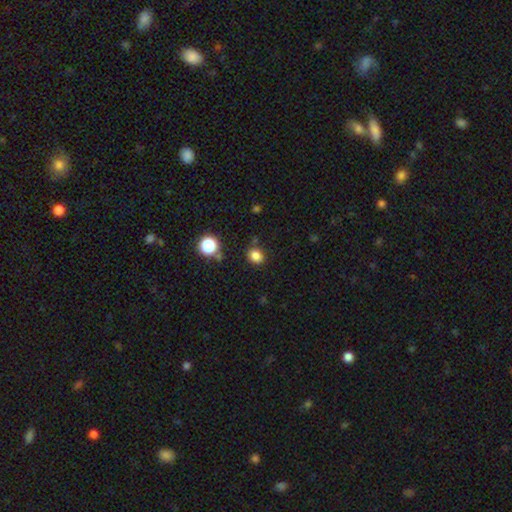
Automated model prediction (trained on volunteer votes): Smooth or featured?
  - smooth: 83% *
  - star or artifact: 13%
  - featured or disk: 4%
How rounded?
  - round: 62% *
  - in between: 38%
  - cigar-shaped: 1%
Merging?
  - none: 82% *
  - minor disturbance: 11%
  - merger: 4%
  - major disturbance: 3%